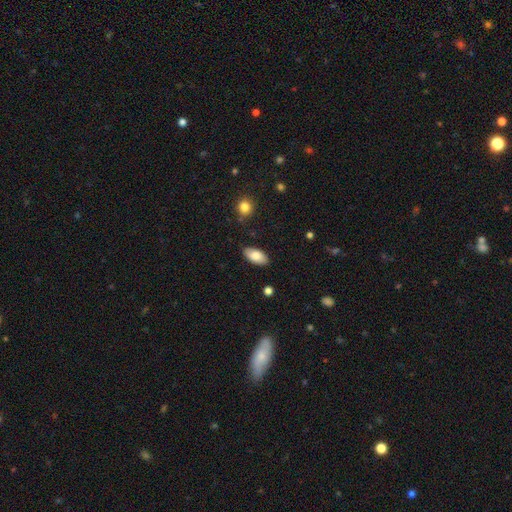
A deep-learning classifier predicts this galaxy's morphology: Smooth or featured?
  - smooth: 84% *
  - featured or disk: 10%
  - star or artifact: 6%
How rounded?
  - in between: 93% *
  - cigar-shaped: 4%
  - round: 2%
Merging?
  - none: 86% *
  - minor disturbance: 11%
  - major disturbance: 2%
  - merger: 1%